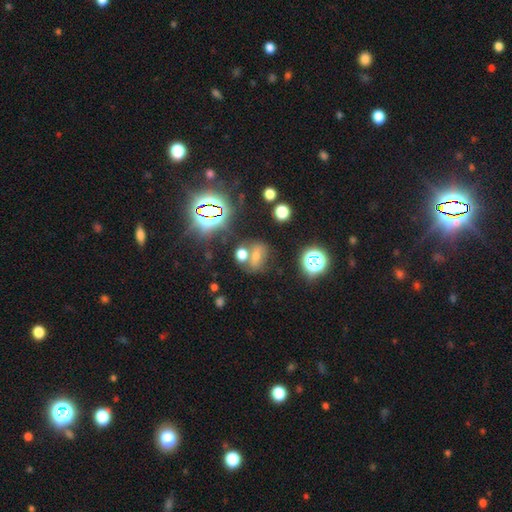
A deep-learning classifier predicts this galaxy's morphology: A smooth galaxy with no disk features (51%) that is in between round and cigar-shaped (62%).

Vote fractions:
- Smooth or featured? smooth: 51% / star or artifact: 32% / featured or disk: 16%
- How rounded? in between: 62% / round: 32% / cigar-shaped: 6%
- Merging? none: 53% / merger: 25% / minor disturbance: 14% / major disturbance: 8%